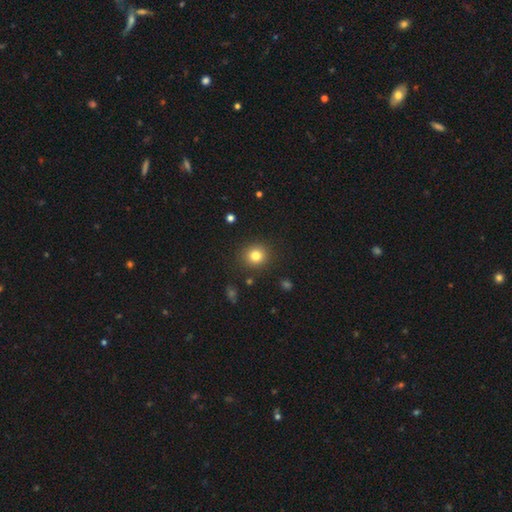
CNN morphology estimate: smooth_or_featured: smooth (p=0.81) [alt: star or artifact p=0.12]
how_rounded: round (p=0.88) [alt: in between p=0.11]
merging: none (p=0.89) [alt: minor disturbance p=0.07]